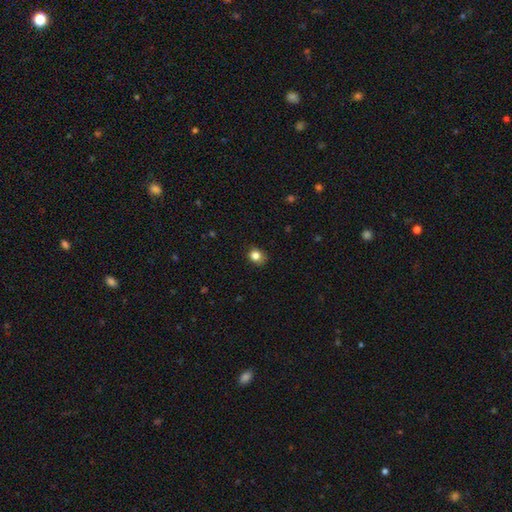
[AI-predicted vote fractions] The model was most divided on "how rounded": round: 69%, in between: 30%, cigar-shaped: 1%. More confident: smooth or featured — smooth (82%); merging — none (76%).